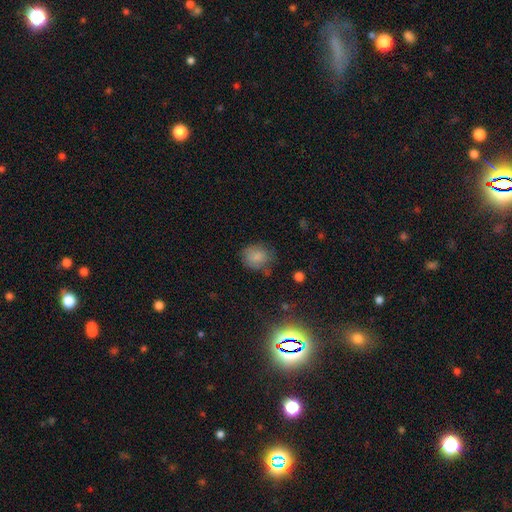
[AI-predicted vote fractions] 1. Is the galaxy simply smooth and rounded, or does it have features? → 78% smooth, 11% star or artifact, 10% featured or disk.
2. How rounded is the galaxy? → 63% round, 36% in between, 1% cigar-shaped.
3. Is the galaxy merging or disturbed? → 63% none, 25% minor disturbance, 9% major disturbance, 3% merger.